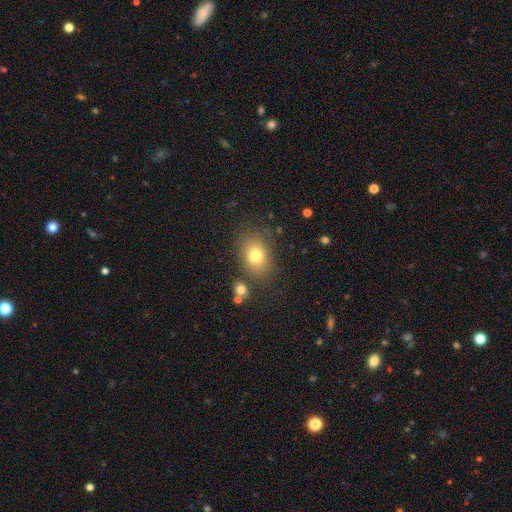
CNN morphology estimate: This is likely a smooth galaxy (77%). How rounded: likely in between (67%). Merging: likely none (76%).